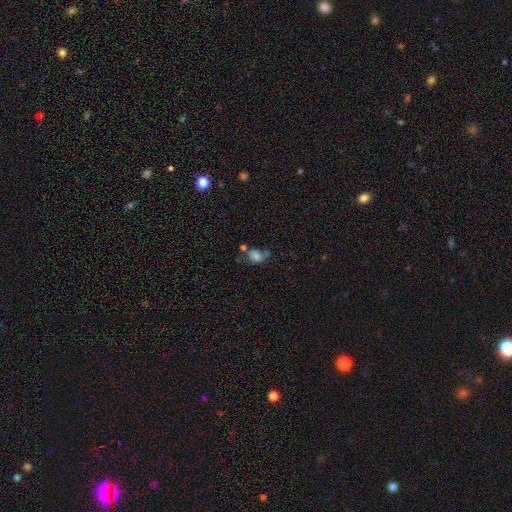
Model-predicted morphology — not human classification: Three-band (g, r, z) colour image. It shows a smooth galaxy with no disk features (63%) that is in between round and cigar-shaped (62%). Merging: none (33%).